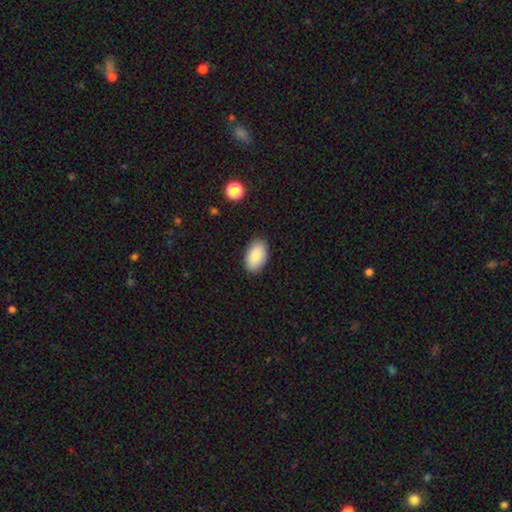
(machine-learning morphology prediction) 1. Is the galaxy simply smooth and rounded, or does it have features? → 87% smooth, 7% featured or disk, 7% star or artifact.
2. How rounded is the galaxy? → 94% in between, 5% round, 1% cigar-shaped.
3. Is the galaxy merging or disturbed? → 87% none, 10% minor disturbance, 2% major disturbance, 1% merger.